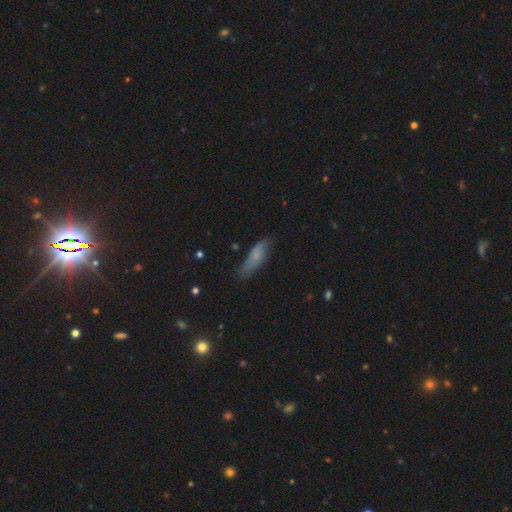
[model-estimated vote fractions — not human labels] Q: Smooth or featured?
A: smooth (64%); runner-up: featured or disk (28%)
Q: How rounded?
A: cigar-shaped (55%); runner-up: in between (43%)
Q: Merging?
A: none (68%); runner-up: minor disturbance (25%)